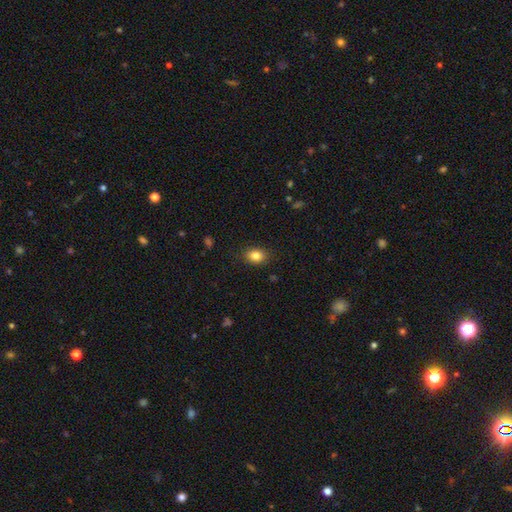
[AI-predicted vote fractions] smooth-or-featured: smooth: 84% | star or artifact: 10% | featured or disk: 7%
  how-rounded: in between: 63% | round: 36% | cigar-shaped: 1%
  merging: none: 87% | minor disturbance: 10% | major disturbance: 2% | merger: 1%